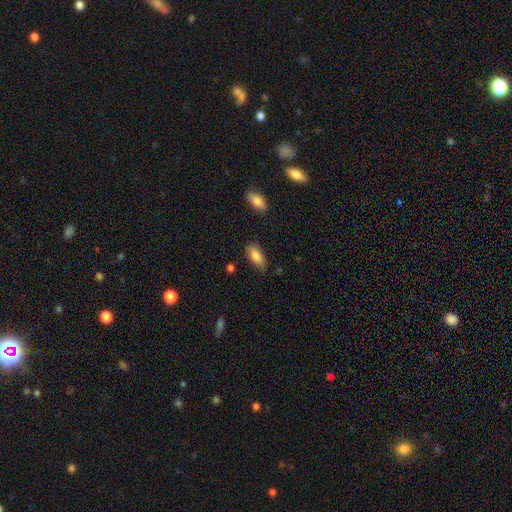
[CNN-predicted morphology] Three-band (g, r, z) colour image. It shows a smooth galaxy with no disk features (84%) that is in between round and cigar-shaped (87%). Merging: none (77%).